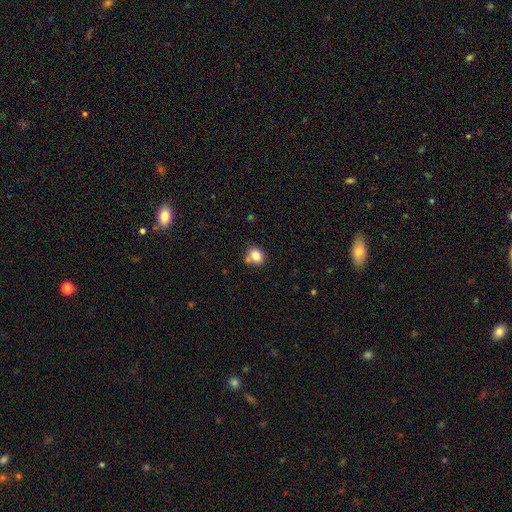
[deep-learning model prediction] smooth_or_featured: smooth (p=0.83) [alt: star or artifact p=0.10]
how_rounded: round (p=0.57) [alt: in between p=0.42]
merging: none (p=0.64) [alt: merger p=0.17]